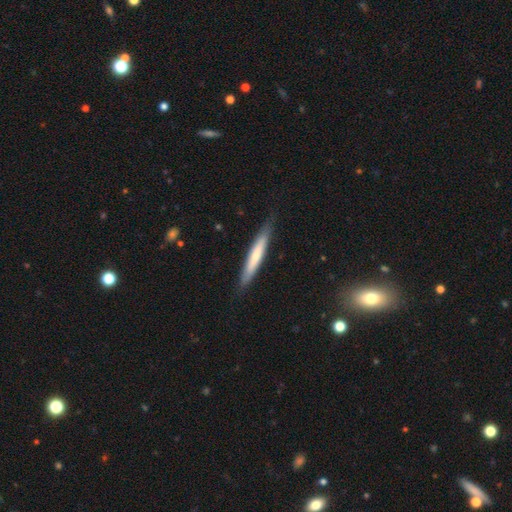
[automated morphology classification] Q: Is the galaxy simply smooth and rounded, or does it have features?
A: smooth — 63%.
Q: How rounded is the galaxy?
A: cigar-shaped — 94%.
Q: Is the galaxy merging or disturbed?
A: none — 85%.